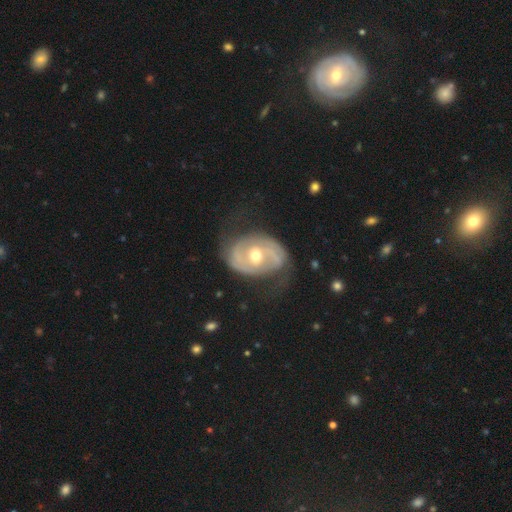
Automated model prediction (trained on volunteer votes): Smooth or featured: featured or disk — 83% (smooth — 11%)
Edge-on disk: no — 97% (yes — 3%)
Bar: no — 45% (weak — 37%)
Spiral arms: yes — 86% (no — 14%)
Spiral winding: medium — 42% (tight — 35%)
Spiral arm count: 2 — 83% (can't tell — 9%)
Bulge size: moderate — 72% (small — 22%)
Merging: none — 67% (minor disturbance — 19%)